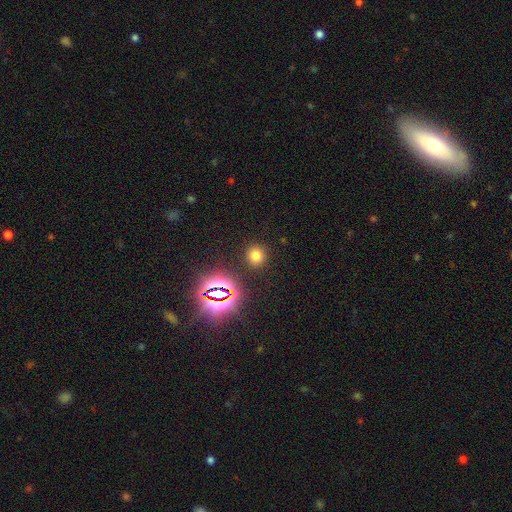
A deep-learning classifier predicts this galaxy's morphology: Overall: smooth (70%). How rounded: round (89%). Merging: none (89%).